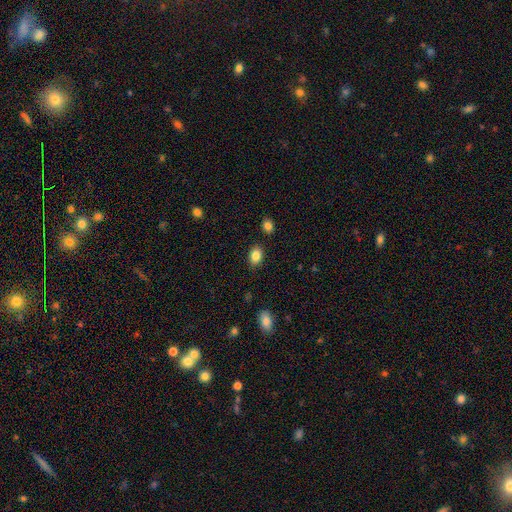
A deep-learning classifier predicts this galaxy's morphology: Q: Smooth or featured?
A: smooth (85%); runner-up: star or artifact (9%)
Q: How rounded?
A: in between (78%); runner-up: round (21%)
Q: Merging?
A: none (87%); runner-up: minor disturbance (9%)